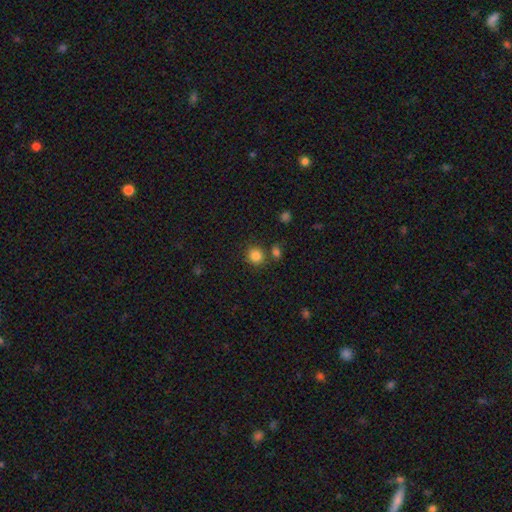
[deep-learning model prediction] Smooth or featured? smooth (84%)
How rounded? round (88%)
Merging? none (77%)